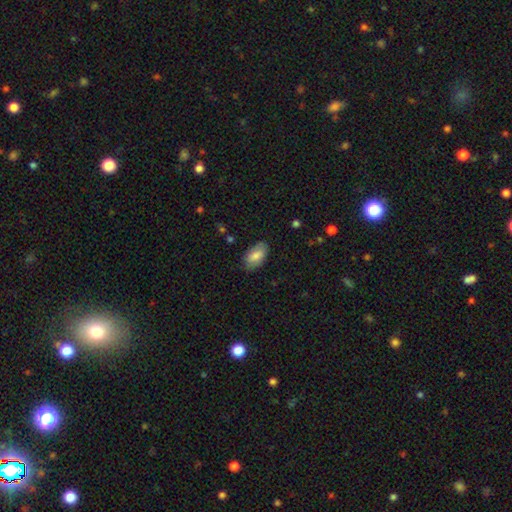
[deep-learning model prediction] The model was most divided on "merging": none: 76%, minor disturbance: 19%, major disturbance: 4%, merger: 1%. More confident: how rounded — in between (94%); smooth or featured — smooth (78%).